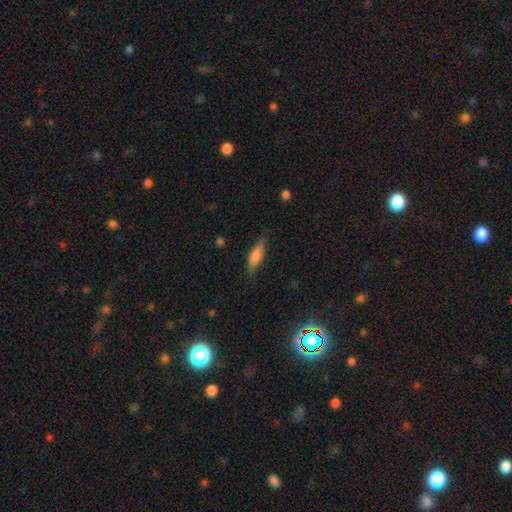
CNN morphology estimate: Smooth or featured?
  - smooth: 68% *
  - featured or disk: 25%
  - star or artifact: 7%
How rounded?
  - cigar-shaped: 56% *
  - in between: 42%
  - round: 2%
Merging?
  - none: 80% *
  - minor disturbance: 16%
  - major disturbance: 3%
  - merger: 1%